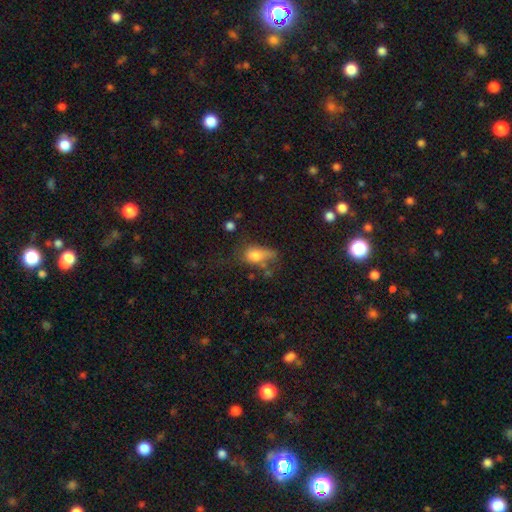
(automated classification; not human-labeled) Smooth or featured? Predicted: smooth (p=0.72). How rounded? Predicted: in between (p=0.76). Merging? Predicted: none (p=0.31, tied with major disturbance).